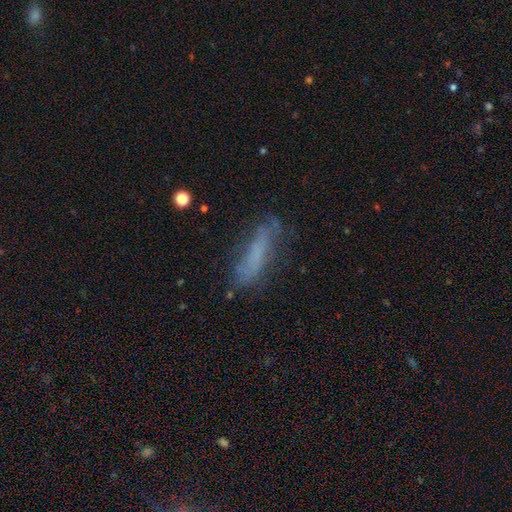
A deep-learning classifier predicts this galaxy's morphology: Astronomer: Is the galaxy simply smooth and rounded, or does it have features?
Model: smooth — 57%.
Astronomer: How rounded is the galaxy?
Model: cigar-shaped — 67%.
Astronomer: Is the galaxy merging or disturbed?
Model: none — 61%.